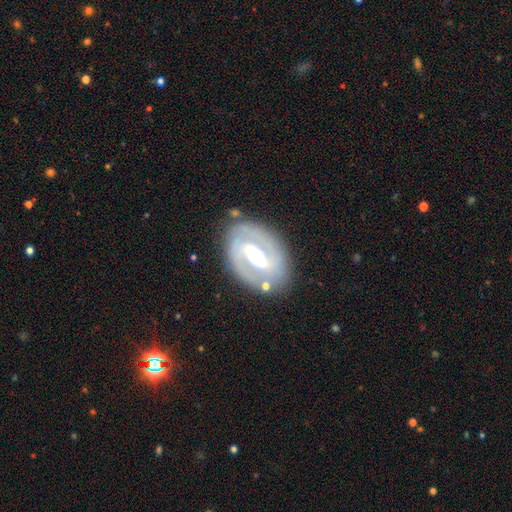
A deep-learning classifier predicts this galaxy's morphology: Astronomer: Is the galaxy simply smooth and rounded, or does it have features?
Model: featured or disk — 81%.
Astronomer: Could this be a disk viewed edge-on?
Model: no — 95%.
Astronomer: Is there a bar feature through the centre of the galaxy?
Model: strong — 52% (runner-up: weak, 35%).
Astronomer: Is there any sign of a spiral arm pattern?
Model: yes — 76%.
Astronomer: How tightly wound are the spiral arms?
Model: tight — 44% (runner-up: medium, 40%).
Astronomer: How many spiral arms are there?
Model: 2 — 81%.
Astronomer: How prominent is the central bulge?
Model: moderate — 59%.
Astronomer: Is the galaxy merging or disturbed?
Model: none — 76%.